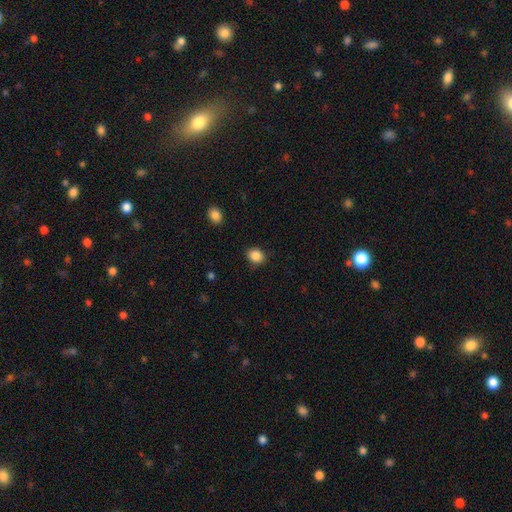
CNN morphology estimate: Q: Smooth or featured?
A: smooth (87%); runner-up: star or artifact (10%)
Q: How rounded?
A: round (61%); runner-up: in between (38%)
Q: Merging?
A: none (86%); runner-up: minor disturbance (10%)